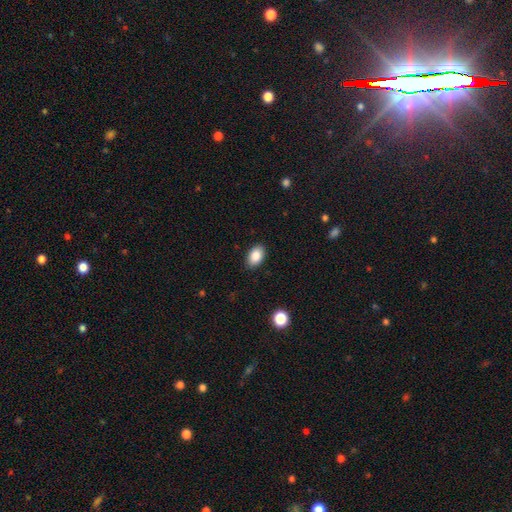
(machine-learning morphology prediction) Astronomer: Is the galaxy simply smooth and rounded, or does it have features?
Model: smooth — 87%.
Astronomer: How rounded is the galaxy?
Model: in between — 89%.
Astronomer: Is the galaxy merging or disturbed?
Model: none — 88%.